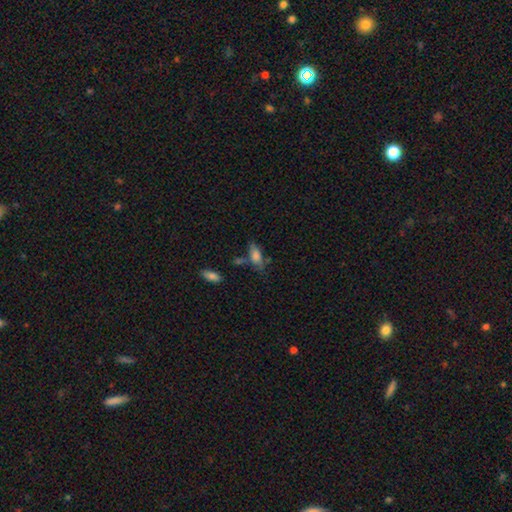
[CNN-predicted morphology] Overall: smooth (73%). How rounded: in between (73%). Merging: none (50%; minor disturbance 25%).